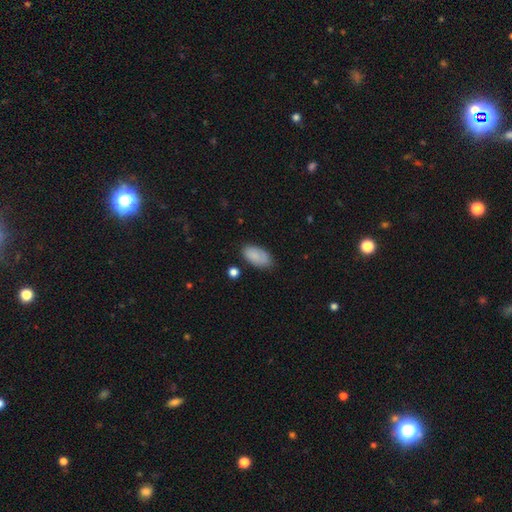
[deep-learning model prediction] Smooth or featured? smooth (86%)
How rounded? in between (94%)
Merging? none (74%)